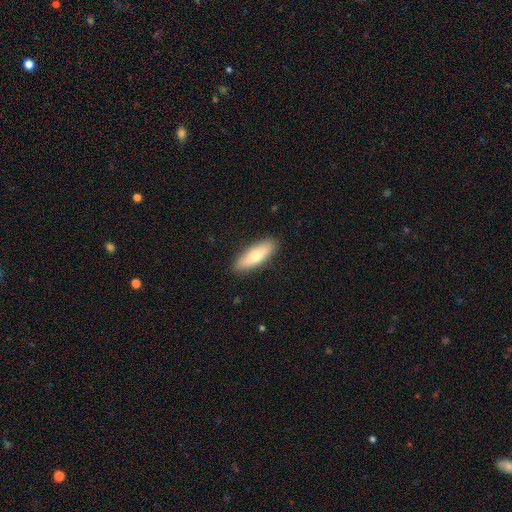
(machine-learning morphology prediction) Smooth or featured: smooth — 69% (featured or disk — 25%)
How rounded: cigar-shaped — 49% (in between — 48%)
Merging: none — 89% (minor disturbance — 8%)